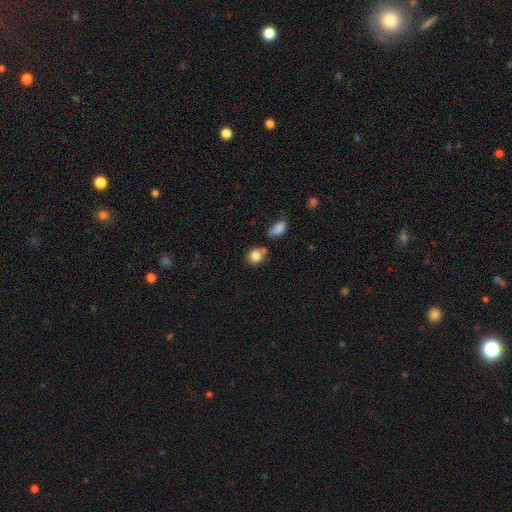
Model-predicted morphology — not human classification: smooth_or_featured: smooth (p=0.83) [alt: star or artifact p=0.10]
how_rounded: round (p=0.65) [alt: in between p=0.33]
merging: none (p=0.57) [alt: minor disturbance p=0.20]